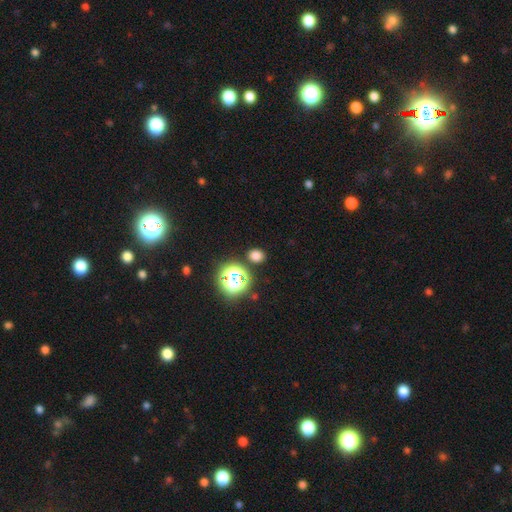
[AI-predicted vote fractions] smooth_or_featured: smooth (p=0.72) [alt: star or artifact p=0.23]
how_rounded: round (p=0.64) [alt: in between p=0.34]
merging: none (p=0.85) [alt: minor disturbance p=0.08]